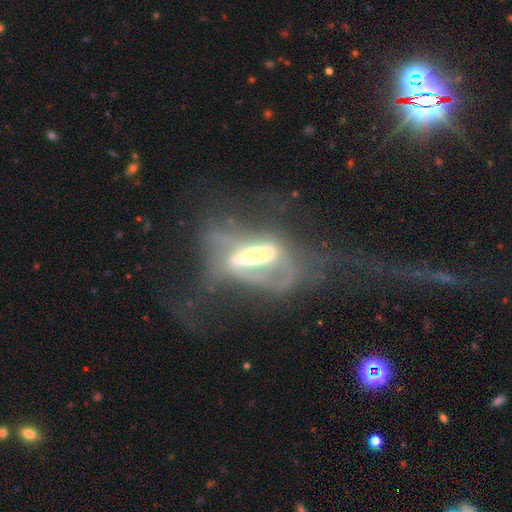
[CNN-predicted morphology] smooth-or-featured: featured or disk: 75% | smooth: 15% | star or artifact: 9%
  disk-edge-on: no: 76% | yes: 24%
    bar: strong: 47% | no: 27% | weak: 26%
    has-spiral-arms: no: 51% | yes: 49%
    bulge-size: moderate: 55% | small: 23% | large: 16% | dominant: 3% | none: 3%
  merging: major disturbance: 56% | none: 20% | merger: 12% | minor disturbance: 12%